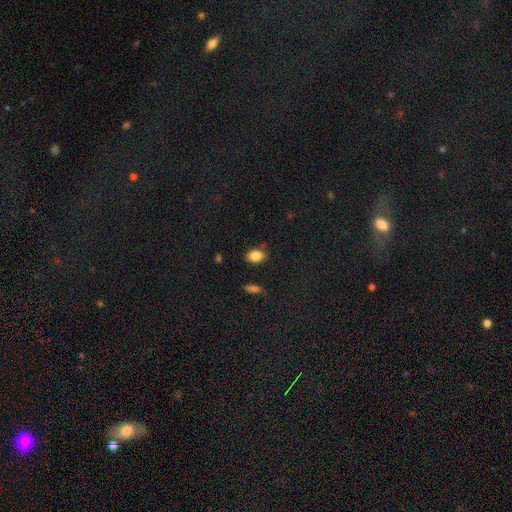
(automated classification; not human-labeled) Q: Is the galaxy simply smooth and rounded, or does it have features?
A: smooth — 84%.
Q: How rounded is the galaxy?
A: in between — 85%.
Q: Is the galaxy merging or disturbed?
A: none — 79%.